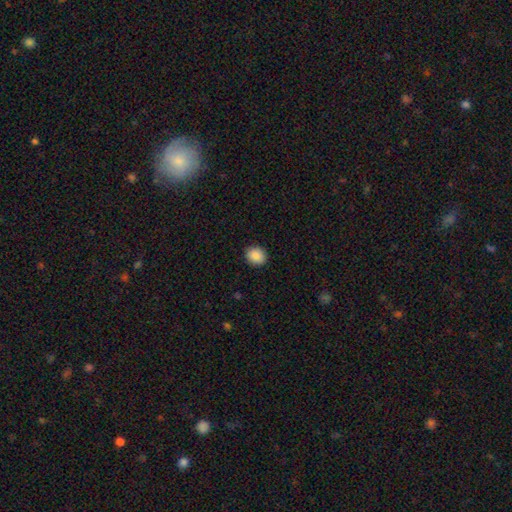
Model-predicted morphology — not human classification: The model was most divided on "how rounded": round: 67%, in between: 32%, cigar-shaped: 1%. More confident: merging — none (90%); smooth or featured — smooth (88%).